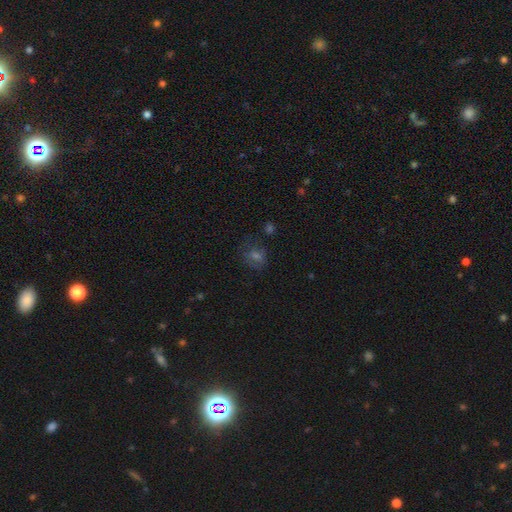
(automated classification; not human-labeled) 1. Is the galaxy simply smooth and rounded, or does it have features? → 50% smooth, 32% star or artifact, 18% featured or disk.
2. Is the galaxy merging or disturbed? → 69% none, 18% minor disturbance, 11% major disturbance, 3% merger.